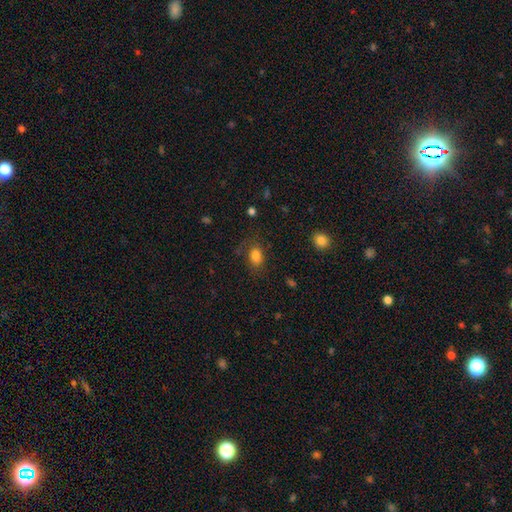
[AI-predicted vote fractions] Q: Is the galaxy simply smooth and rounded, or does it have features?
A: smooth — 83%.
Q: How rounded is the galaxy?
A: in between — 75%.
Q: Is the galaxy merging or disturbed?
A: none — 72%.